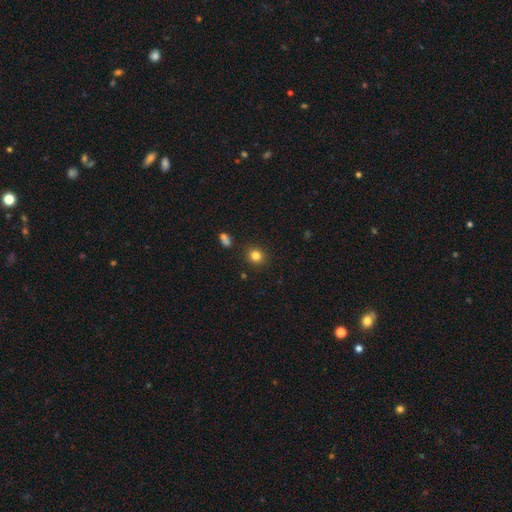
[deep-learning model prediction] The model was most divided on "smooth or featured": smooth: 82%, star or artifact: 12%, featured or disk: 6%. More confident: merging — none (88%); how rounded — round (84%).